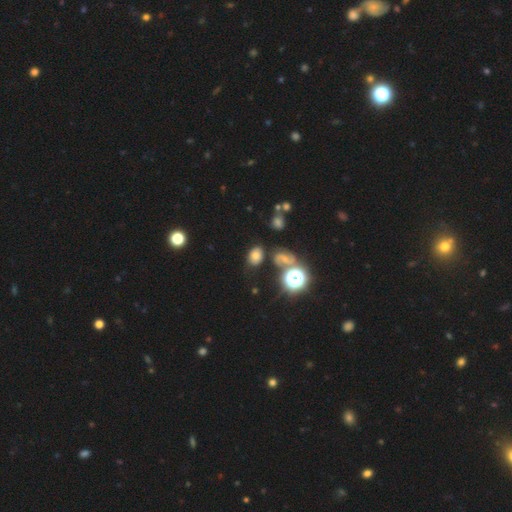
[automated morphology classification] Smooth or featured? smooth (66%)
How rounded? in between (62%)
Merging? none (73%)